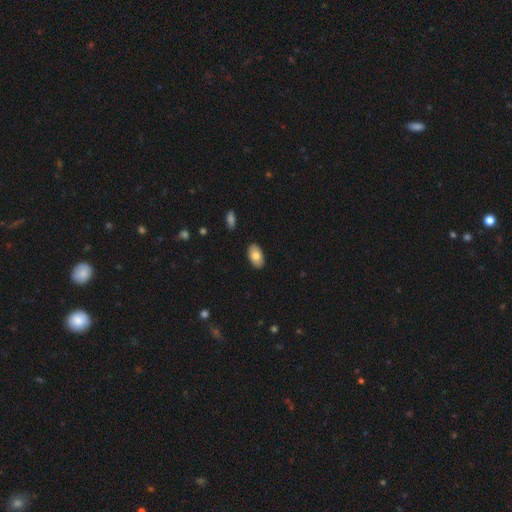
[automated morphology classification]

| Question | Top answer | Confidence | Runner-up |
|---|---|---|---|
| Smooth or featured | smooth | 79% | featured or disk (15%) |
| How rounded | in between | 94% | round (5%) |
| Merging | none | 89% | minor disturbance (9%) |